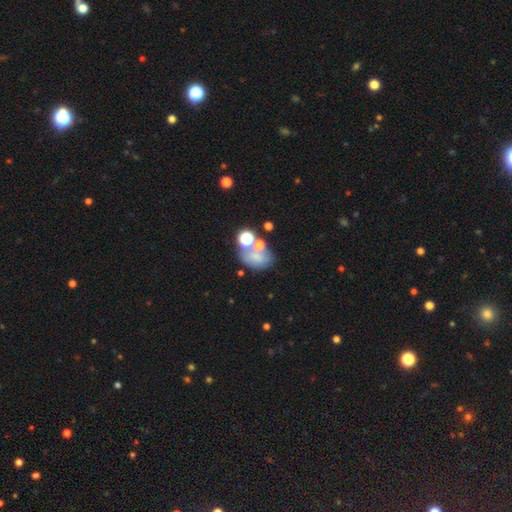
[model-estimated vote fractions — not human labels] smooth 55%, featured or disk 26%, star or artifact 20%. Down the decision tree: how rounded — in between (59%); merging — none (37%).